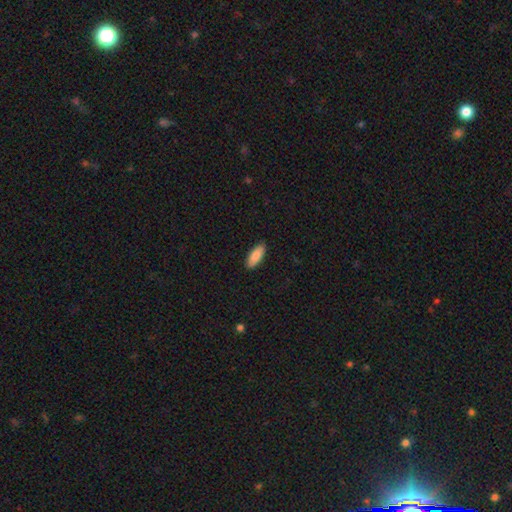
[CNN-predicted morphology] A smooth galaxy with no disk features (88%) that is in between round and cigar-shaped (78%).

Vote fractions:
- Smooth or featured? smooth: 88% / featured or disk: 6% / star or artifact: 6%
- How rounded? in between: 78% / cigar-shaped: 21% / round: 2%
- Merging? none: 90% / minor disturbance: 8% / major disturbance: 2% / merger: 1%